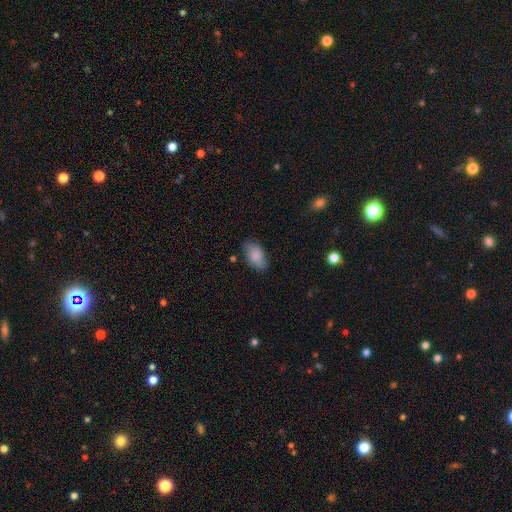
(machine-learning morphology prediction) Smooth or featured? Predicted: smooth (p=0.74). How rounded? Predicted: in between (p=0.92). Merging? Predicted: none (p=0.72).